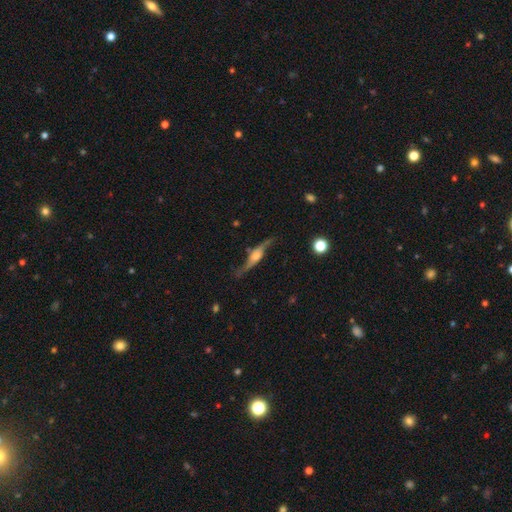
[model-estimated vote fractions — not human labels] Overall: featured or disk (77%). Edge-on disk: yes (74%). Edge-on bulge: rounded (75%). Merging: none (69%).